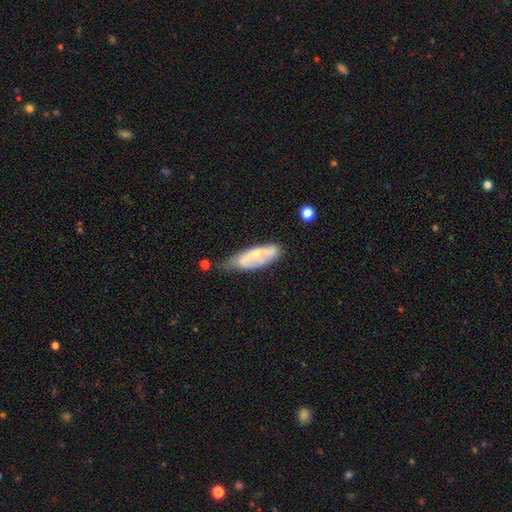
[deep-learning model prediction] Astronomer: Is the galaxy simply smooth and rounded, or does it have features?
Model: featured or disk — 57% (runner-up: smooth, 37%).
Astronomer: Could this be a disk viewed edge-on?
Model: no — 80%.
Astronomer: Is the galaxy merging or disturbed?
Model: none — 47% (runner-up: minor disturbance, 37%).